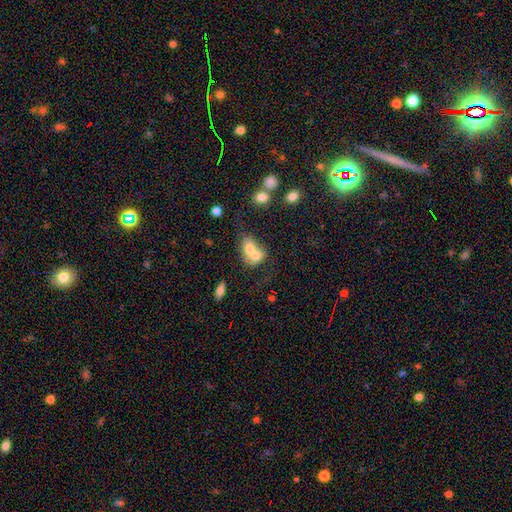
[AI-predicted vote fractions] Smooth or featured?
  - smooth: 66% *
  - featured or disk: 25%
  - star or artifact: 9%
How rounded?
  - in between: 59% *
  - round: 39%
  - cigar-shaped: 1%
Merging?
  - merger: 74% *
  - none: 15%
  - minor disturbance: 6%
  - major disturbance: 5%